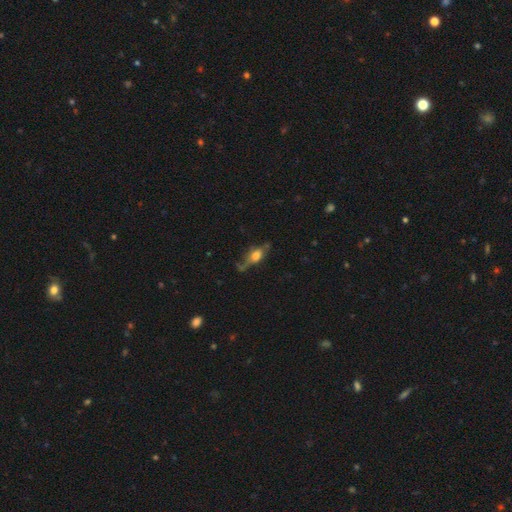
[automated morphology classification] Smooth or featured: featured or disk — 53% (smooth — 37%)
Edge-on disk: yes — 64% (no — 36%)
Merging: none — 52% (minor disturbance — 25%)